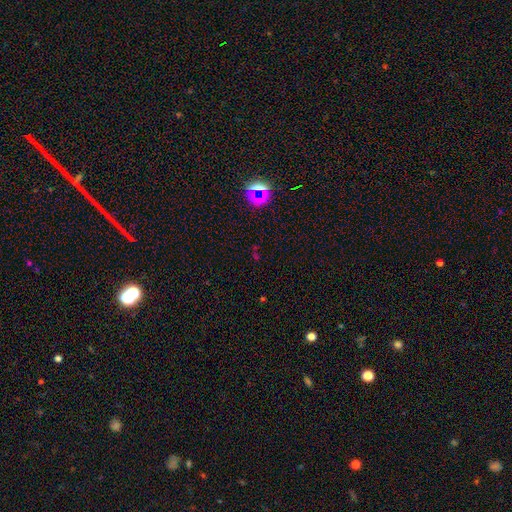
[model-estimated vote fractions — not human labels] star or artifact 69%, smooth 22%, featured or disk 9%.